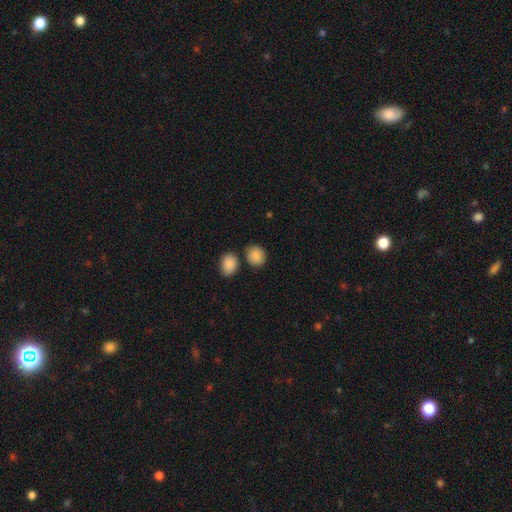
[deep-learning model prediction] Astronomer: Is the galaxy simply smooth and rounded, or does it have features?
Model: smooth — 88%.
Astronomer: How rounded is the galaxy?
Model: round — 64%.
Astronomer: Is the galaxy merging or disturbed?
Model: none — 71%.